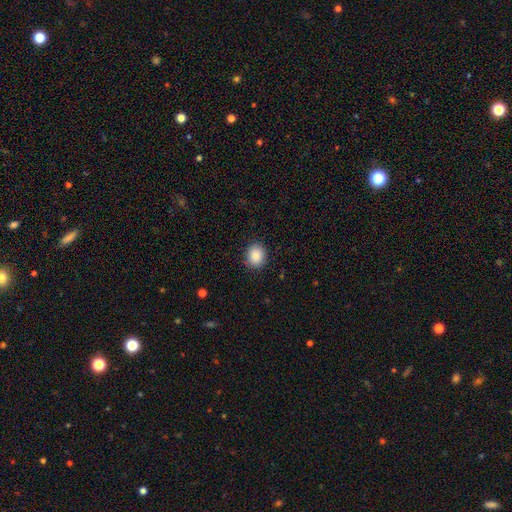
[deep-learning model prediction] Smooth or featured?
  - smooth: 89% *
  - star or artifact: 8%
  - featured or disk: 3%
How rounded?
  - round: 66% *
  - in between: 34%
  - cigar-shaped: 1%
Merging?
  - none: 89% *
  - minor disturbance: 8%
  - major disturbance: 2%
  - merger: 1%